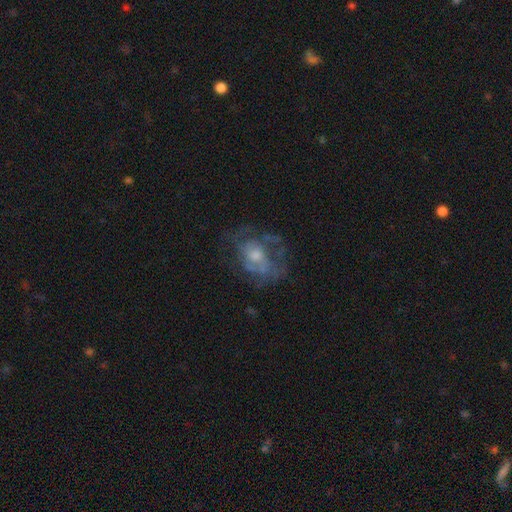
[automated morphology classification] Smooth or featured? featured or disk (64%)
Edge-on disk? no (97%)
Bar? no (80%)
Spiral arms? no (54%)
Bulge size? moderate (51%)
Merging? none (51%)